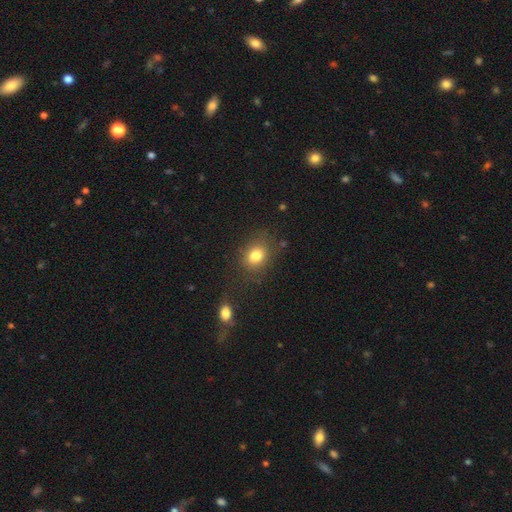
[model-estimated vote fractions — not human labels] The model was most divided on "how rounded": in between: 50%, round: 48%, cigar-shaped: 1%. More confident: smooth or featured — smooth (81%); merging — none (78%).